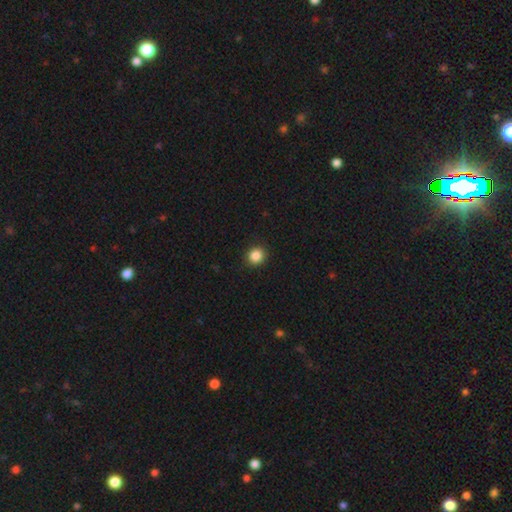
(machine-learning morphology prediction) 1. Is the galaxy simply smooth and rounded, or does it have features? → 86% smooth, 10% star or artifact, 4% featured or disk.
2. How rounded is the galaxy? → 85% round, 14% in between, 1% cigar-shaped.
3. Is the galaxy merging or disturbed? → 91% none, 6% minor disturbance, 2% major disturbance, 1% merger.